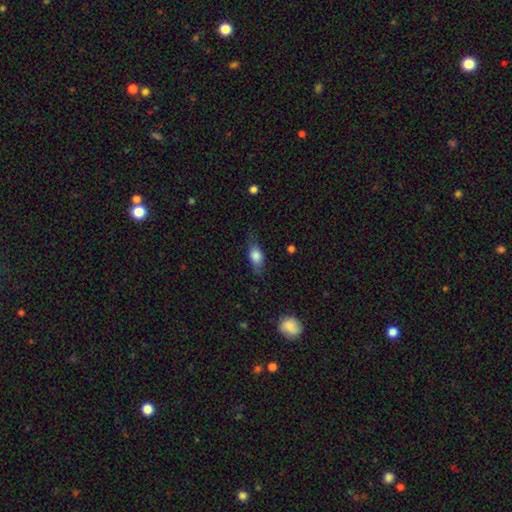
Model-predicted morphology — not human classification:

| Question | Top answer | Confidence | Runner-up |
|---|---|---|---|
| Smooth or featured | smooth | 71% | featured or disk (21%) |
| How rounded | in between | 74% | cigar-shaped (15%) |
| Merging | none | 66% | minor disturbance (23%) |